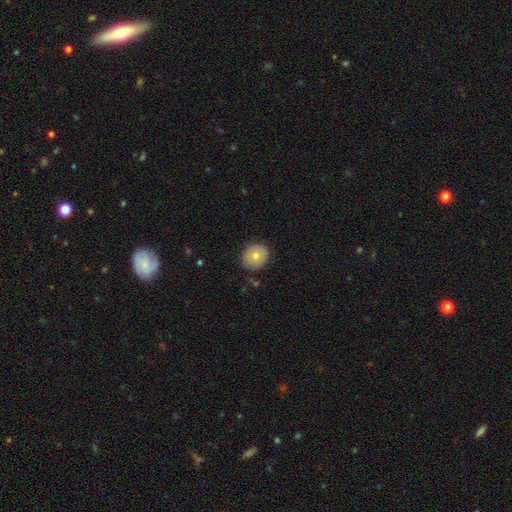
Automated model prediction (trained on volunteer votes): Morphology: type=smooth (72%); roundness=round (80%); merging=none (85%).